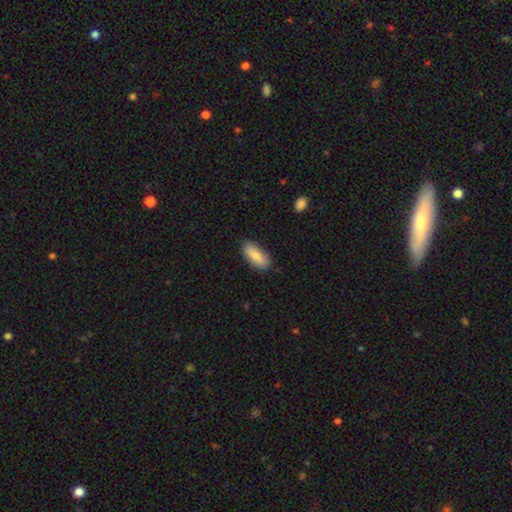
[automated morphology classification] Smooth or featured? Predicted: smooth (p=0.83). How rounded? Predicted: in between (p=0.83). Merging? Predicted: none (p=0.84).